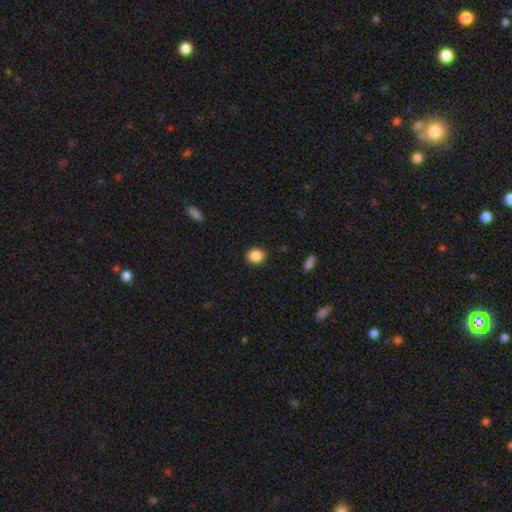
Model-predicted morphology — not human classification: Smooth or featured?
  - smooth: 88% *
  - star or artifact: 9%
  - featured or disk: 3%
How rounded?
  - round: 67% *
  - in between: 32%
  - cigar-shaped: 1%
Merging?
  - none: 90% *
  - minor disturbance: 7%
  - major disturbance: 2%
  - merger: 1%